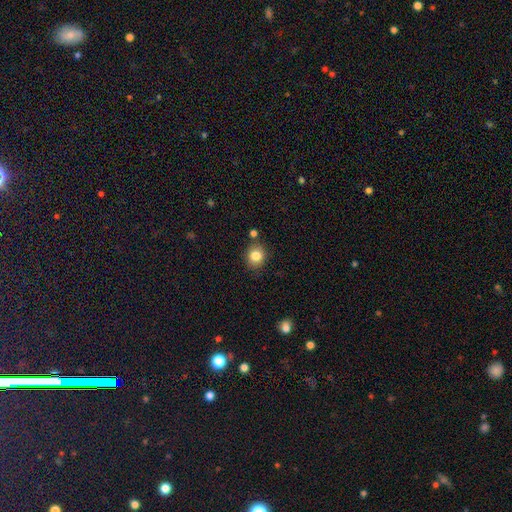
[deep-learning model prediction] smooth_or_featured: smooth (p=0.82) [alt: star or artifact p=0.10]
how_rounded: round (p=0.74) [alt: in between p=0.26]
merging: none (p=0.82) [alt: minor disturbance p=0.11]